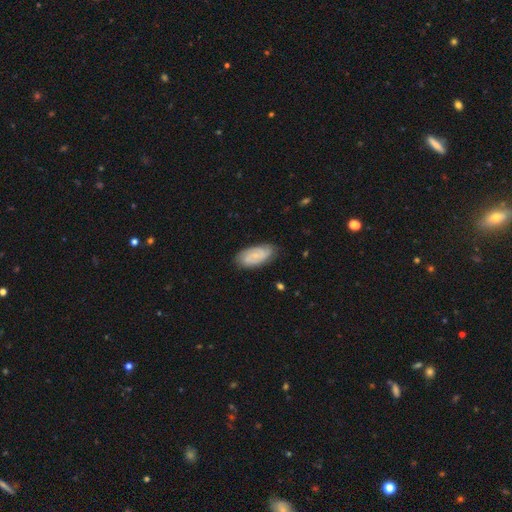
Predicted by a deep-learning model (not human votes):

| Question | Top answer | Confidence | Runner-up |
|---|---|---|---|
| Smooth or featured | featured or disk | 56% | smooth (37%) |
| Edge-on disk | no | 95% | yes (5%) |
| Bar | no | 55% | weak (37%) |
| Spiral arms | yes | 89% | no (11%) |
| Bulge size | small | 65% | moderate (17%) |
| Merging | none | 78% | minor disturbance (17%) |